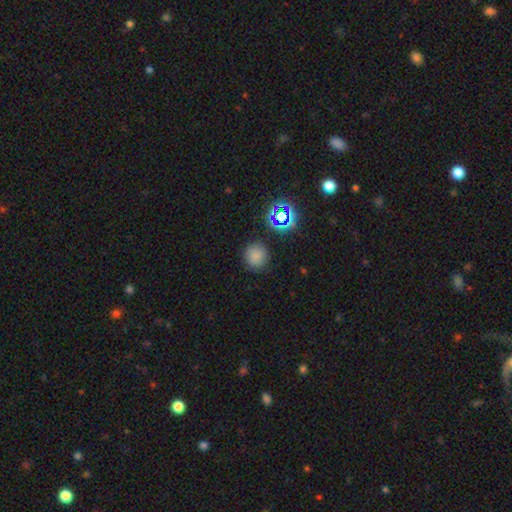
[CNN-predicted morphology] Smooth or featured?
  - smooth: 74% *
  - star or artifact: 20%
  - featured or disk: 6%
How rounded?
  - round: 90% *
  - in between: 9%
  - cigar-shaped: 1%
Merging?
  - none: 85% *
  - minor disturbance: 10%
  - major disturbance: 3%
  - merger: 2%